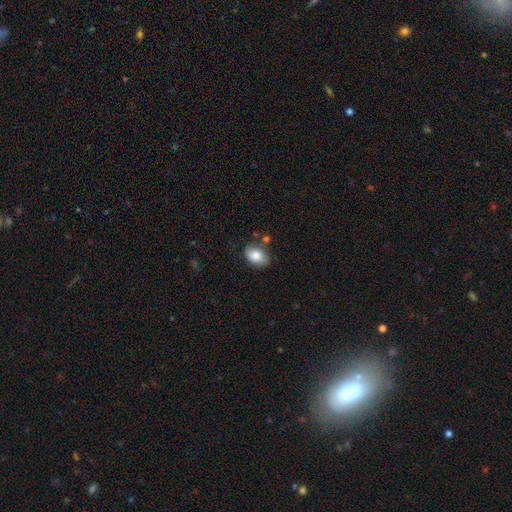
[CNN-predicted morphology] This is clearly a smooth galaxy (84%). How rounded: likely in between (79%). Merging: likely none (69%).